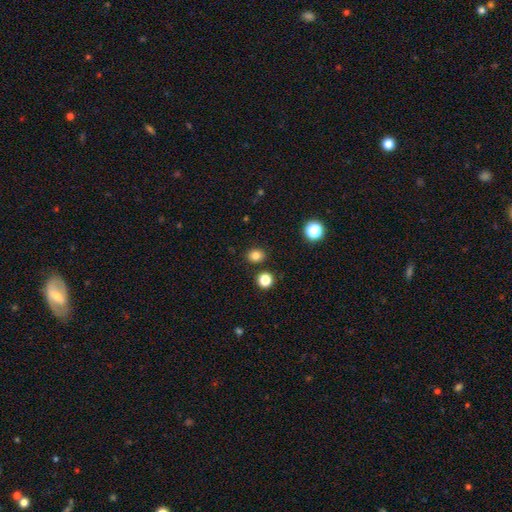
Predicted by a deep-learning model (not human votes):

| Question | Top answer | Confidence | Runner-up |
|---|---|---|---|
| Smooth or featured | smooth | 82% | star or artifact (13%) |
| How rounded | round | 63% | in between (36%) |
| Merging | none | 86% | minor disturbance (8%) |